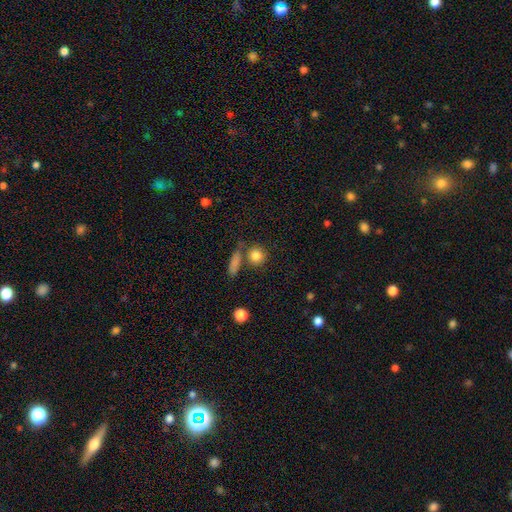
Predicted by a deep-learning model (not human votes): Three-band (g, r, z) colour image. It shows a smooth galaxy with no disk features (83%) that is round (85%). Merging: none (69%).